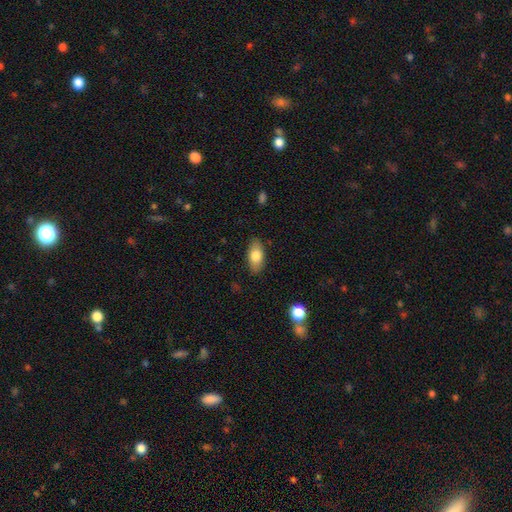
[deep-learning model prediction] Overall: smooth (78%). How rounded: in between (90%). Merging: none (85%).